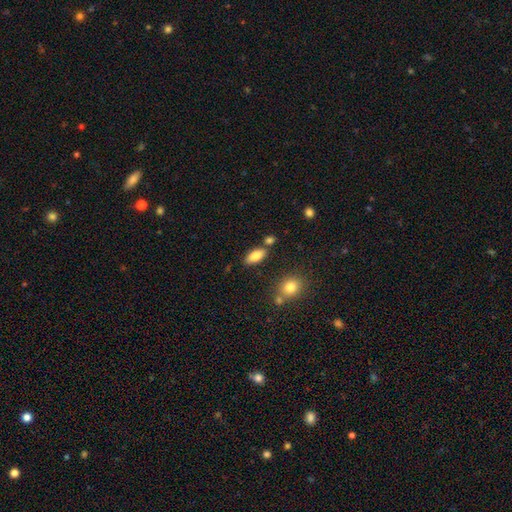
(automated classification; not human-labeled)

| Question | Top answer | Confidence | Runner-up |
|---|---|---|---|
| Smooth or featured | smooth | 83% | featured or disk (10%) |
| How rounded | in between | 86% | cigar-shaped (11%) |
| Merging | none | 74% | minor disturbance (13%) |